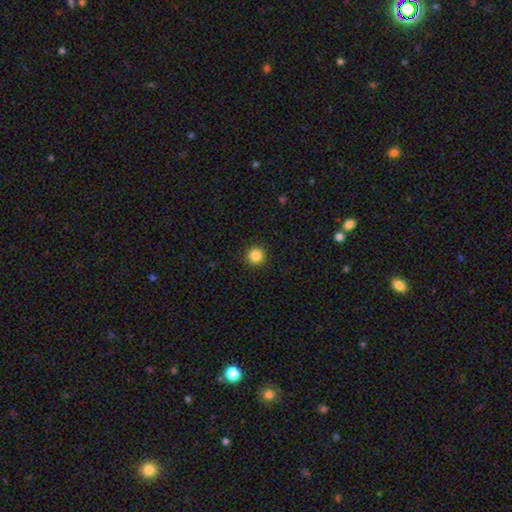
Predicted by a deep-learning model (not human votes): Q: Smooth or featured?
A: smooth (85%); runner-up: star or artifact (11%)
Q: How rounded?
A: round (96%); runner-up: in between (3%)
Q: Merging?
A: none (93%); runner-up: minor disturbance (4%)